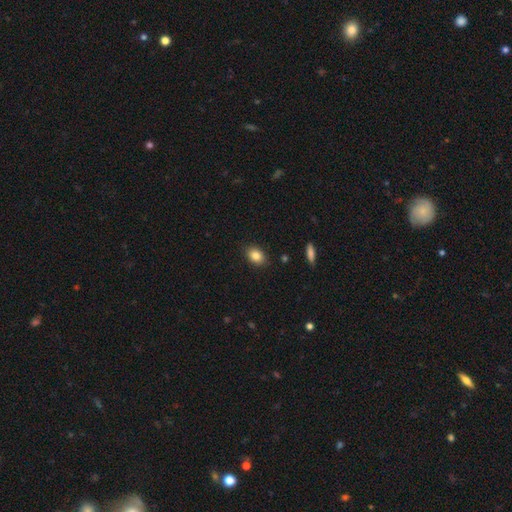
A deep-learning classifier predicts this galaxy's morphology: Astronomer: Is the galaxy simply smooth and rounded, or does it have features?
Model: smooth — 85%.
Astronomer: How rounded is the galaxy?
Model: in between — 77%.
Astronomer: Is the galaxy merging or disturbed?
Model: none — 87%.